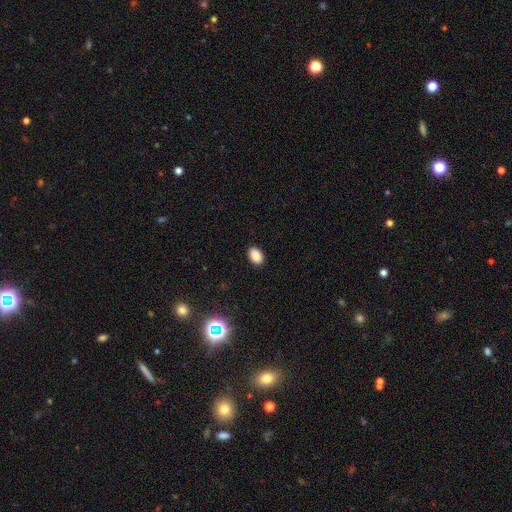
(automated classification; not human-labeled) Smooth or featured: smooth — 87% (star or artifact — 10%)
How rounded: in between — 86% (round — 13%)
Merging: none — 89% (minor disturbance — 8%)